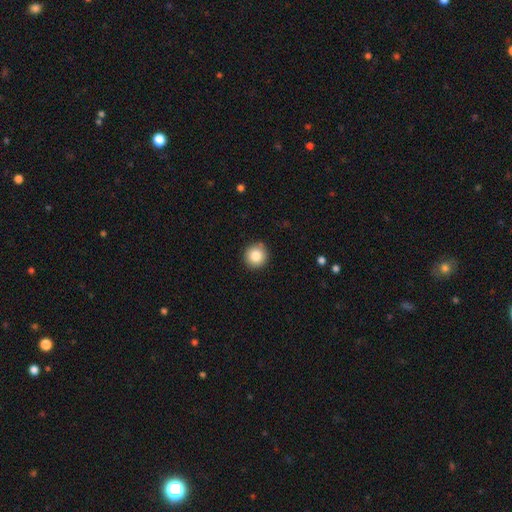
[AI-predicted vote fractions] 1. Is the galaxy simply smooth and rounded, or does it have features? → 84% smooth, 9% star or artifact, 6% featured or disk.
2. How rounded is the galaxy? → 94% round, 5% in between, 1% cigar-shaped.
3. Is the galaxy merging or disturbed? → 89% none, 8% minor disturbance, 2% major disturbance, 1% merger.